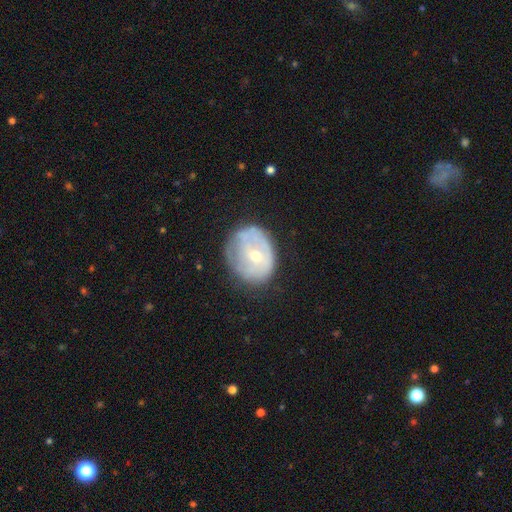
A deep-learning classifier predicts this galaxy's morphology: Smooth or featured? featured or disk (52%)
Edge-on disk? no (96%)
Bar? no (76%)
Spiral arms? no (65%)
Bulge size? small (49%)
Merging? none (56%)